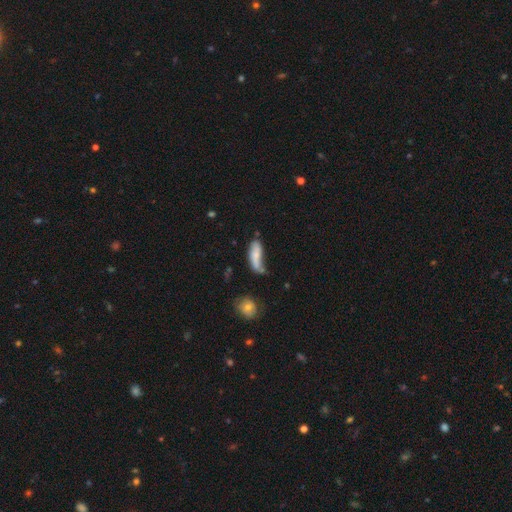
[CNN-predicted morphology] The model was most divided on "merging": none: 33%, minor disturbance: 30%, major disturbance: 19%, merger: 18%. More confident: how rounded — in between (67%); smooth or featured — smooth (66%).